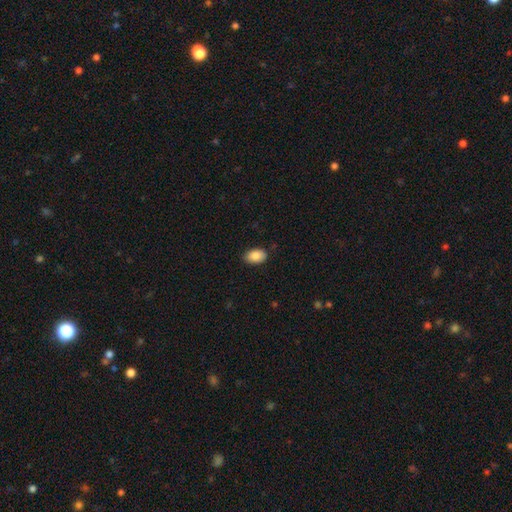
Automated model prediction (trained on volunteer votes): The model was most divided on "merging": none: 85%, minor disturbance: 11%, major disturbance: 2%, merger: 1%. More confident: how rounded — in between (90%); smooth or featured — smooth (88%).